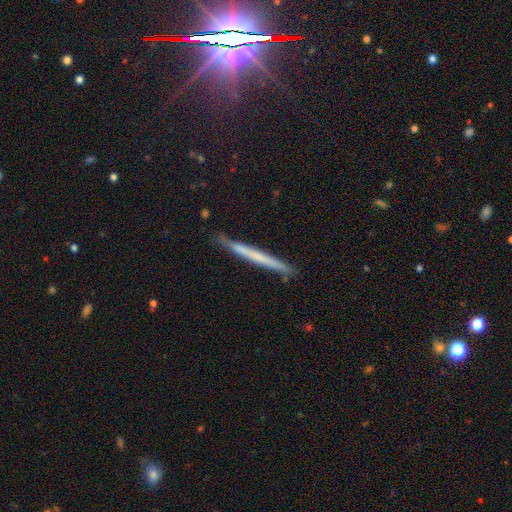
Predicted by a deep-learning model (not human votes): A smooth galaxy with no disk features (51%) that is cigar-shaped (97%). Merging: none (87%).